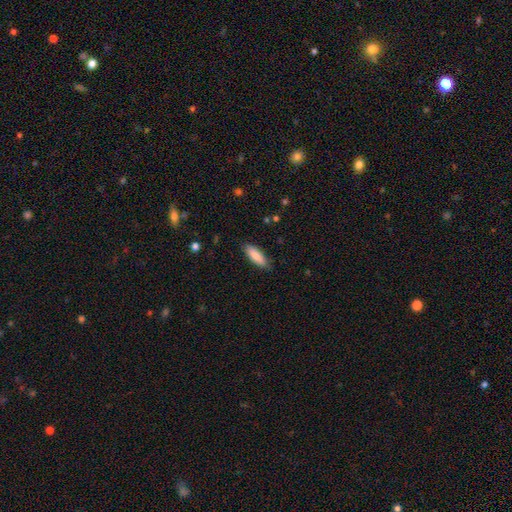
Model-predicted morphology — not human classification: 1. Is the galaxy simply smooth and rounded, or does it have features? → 86% smooth, 8% featured or disk, 6% star or artifact.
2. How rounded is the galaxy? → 55% in between, 43% cigar-shaped, 2% round.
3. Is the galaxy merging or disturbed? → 86% none, 10% minor disturbance, 2% major disturbance, 1% merger.